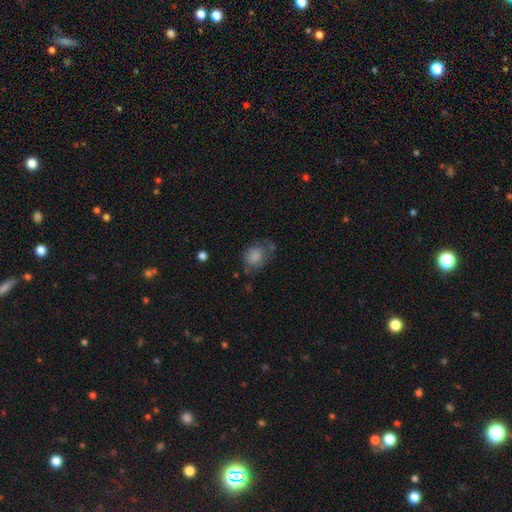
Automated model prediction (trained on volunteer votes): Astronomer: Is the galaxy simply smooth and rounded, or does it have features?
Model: smooth — 64%.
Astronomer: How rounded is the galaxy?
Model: round — 55% (runner-up: in between, 44%).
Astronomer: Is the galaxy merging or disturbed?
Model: none — 50% (runner-up: minor disturbance, 27%).